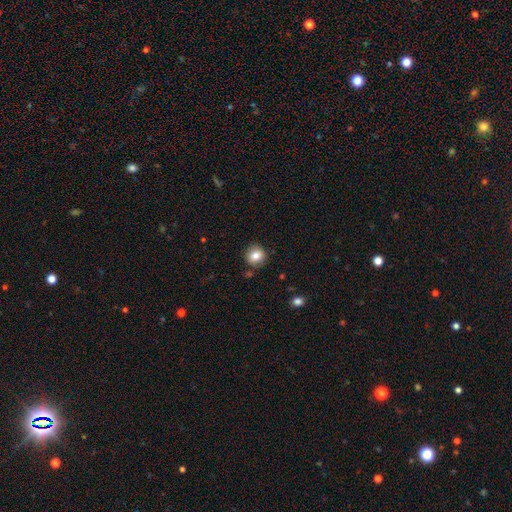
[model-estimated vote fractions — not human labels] smooth_or_featured: smooth (p=0.82) [alt: star or artifact p=0.10]
how_rounded: round (p=0.92) [alt: in between p=0.07]
merging: none (p=0.87) [alt: minor disturbance p=0.08]